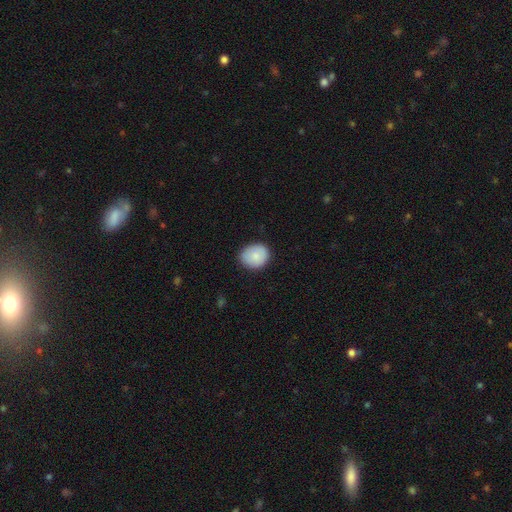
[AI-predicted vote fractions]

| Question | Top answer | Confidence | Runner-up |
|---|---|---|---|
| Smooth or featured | smooth | 86% | featured or disk (7%) |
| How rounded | round | 62% | in between (37%) |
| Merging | none | 80% | minor disturbance (17%) |